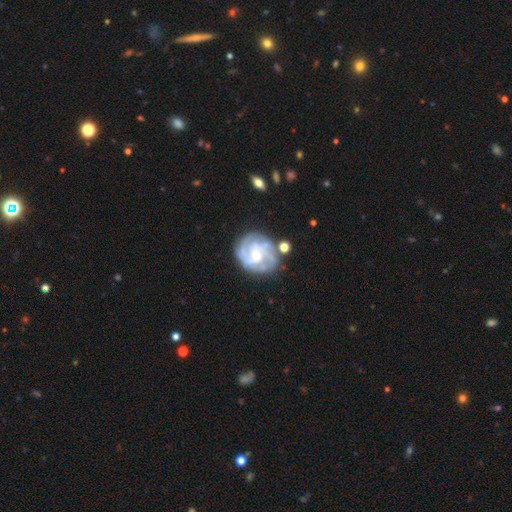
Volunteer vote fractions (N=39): This is clearly a featured or disk galaxy (85%). It is clearly not viewed edge-on (100%). Bar: likely no (64%). Spiral arm pattern: clearly yes (91%). Spiral arm count: marginally can't tell (37%). Spiral winding: possibly tight (53%). Central bulge: possibly moderate (52%). Merging: possibly none (54%).